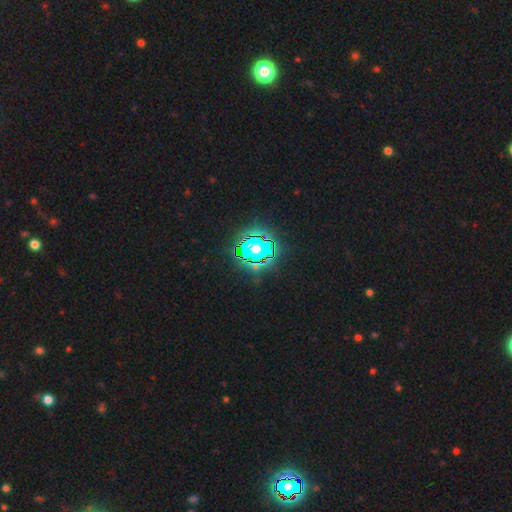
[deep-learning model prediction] This is clearly a star or artifact rather than a galaxy (83%).